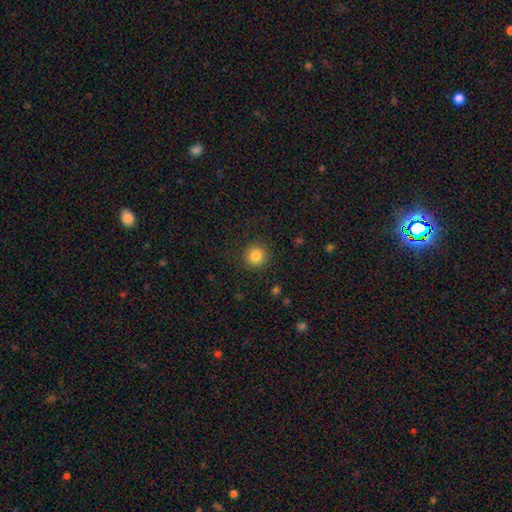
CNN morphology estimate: Overall: smooth (84%). How rounded: round (93%). Merging: none (90%).